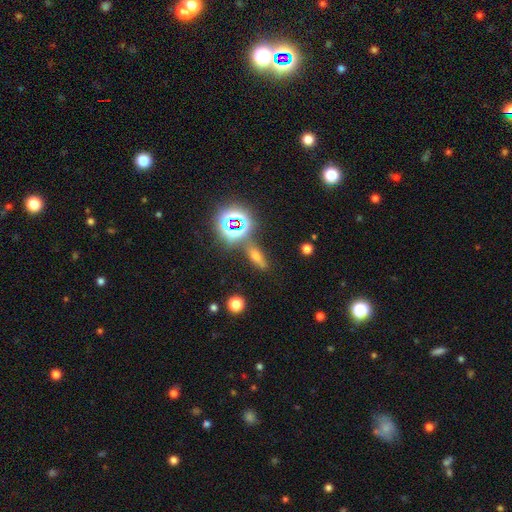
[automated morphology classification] smooth-or-featured: smooth: 46% | star or artifact: 35% | featured or disk: 19%
  merging: none: 71% | minor disturbance: 14% | merger: 9% | major disturbance: 6%